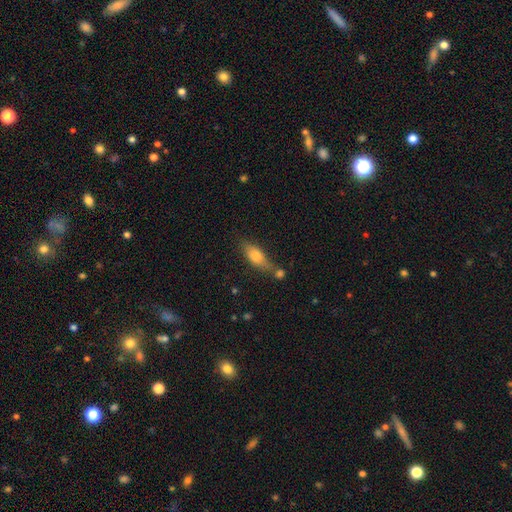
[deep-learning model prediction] Morphology: type=smooth (71%); roundness=in between (67%); merging=none (55%).